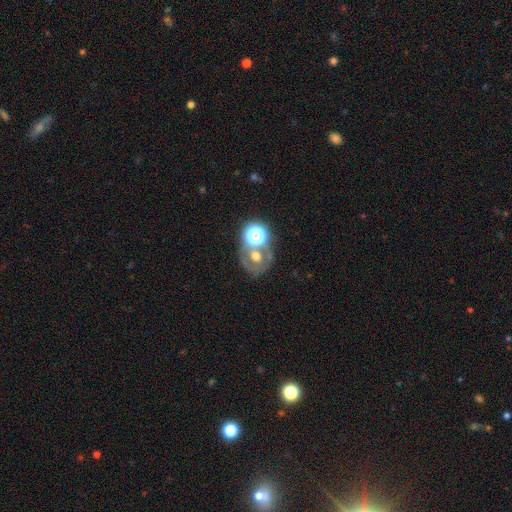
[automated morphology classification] Q: Smooth or featured?
A: featured or disk (40%); tied with: smooth (40%)
Q: Merging?
A: none (49%); runner-up: merger (31%)